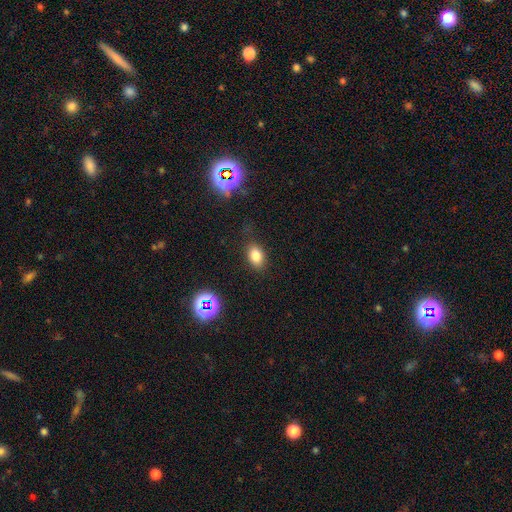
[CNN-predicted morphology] A smooth galaxy with no disk features (79%) that is in between round and cigar-shaped (84%).

Vote fractions:
- Smooth or featured? smooth: 79% / star or artifact: 13% / featured or disk: 8%
- How rounded? in between: 84% / round: 14% / cigar-shaped: 2%
- Merging? none: 83% / minor disturbance: 12% / major disturbance: 4% / merger: 2%